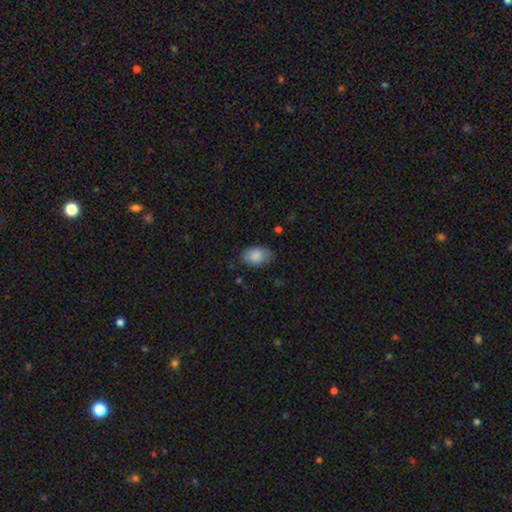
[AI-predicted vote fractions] smooth 87%, star or artifact 7%, featured or disk 6%. Down the decision tree: how rounded — in between (87%); merging — none (76%).